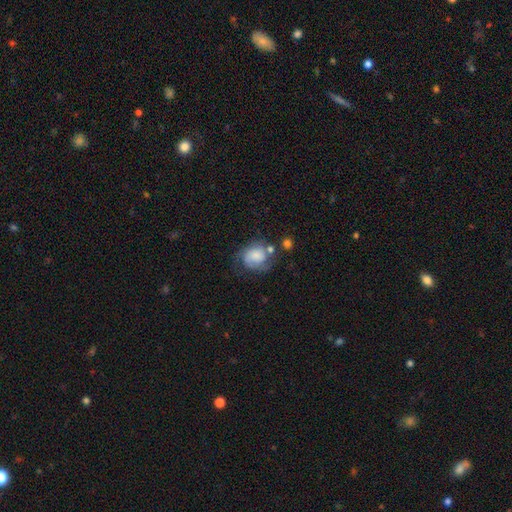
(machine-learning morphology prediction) smooth-or-featured: featured or disk: 47% | smooth: 45% | star or artifact: 9%
  merging: none: 44% | minor disturbance: 26% | major disturbance: 20% | merger: 10%